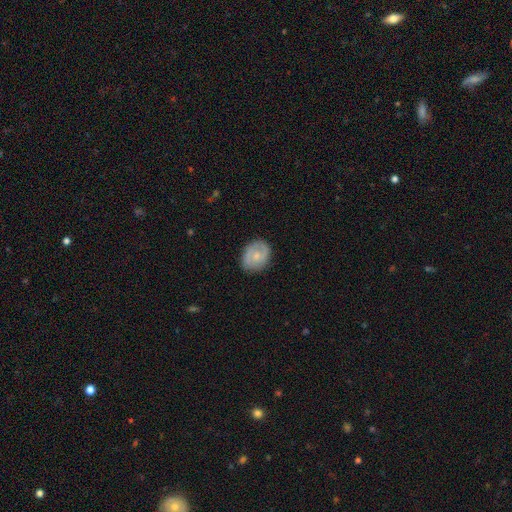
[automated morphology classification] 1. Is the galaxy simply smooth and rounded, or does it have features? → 52% smooth, 41% featured or disk, 7% star or artifact.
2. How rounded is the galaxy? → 54% round, 45% in between, 1% cigar-shaped.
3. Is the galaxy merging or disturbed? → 78% none, 16% minor disturbance, 4% major disturbance, 1% merger.